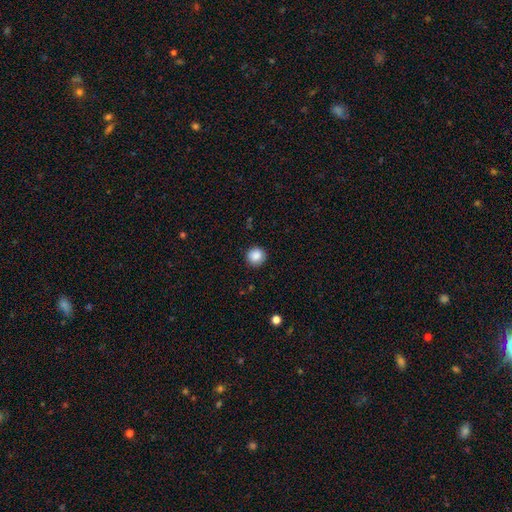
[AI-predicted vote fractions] This appears to be a smooth galaxy with no disk features (88%) that is round (93%). Merging: none (91%).